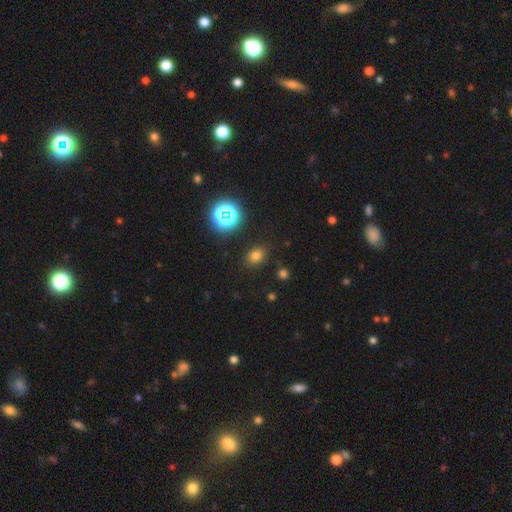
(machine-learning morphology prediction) type=smooth (72%); roundness=in between (50%); merging=none (85%).